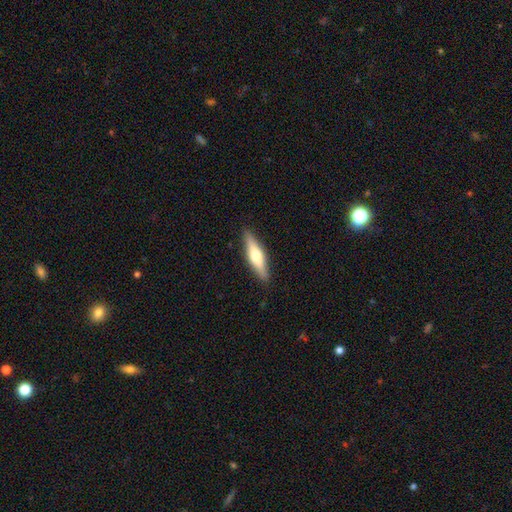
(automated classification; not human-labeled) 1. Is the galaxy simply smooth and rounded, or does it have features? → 52% featured or disk, 43% smooth, 5% star or artifact.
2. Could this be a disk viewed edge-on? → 94% yes, 6% no.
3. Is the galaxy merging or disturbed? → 90% none, 8% minor disturbance, 2% major disturbance, 1% merger.